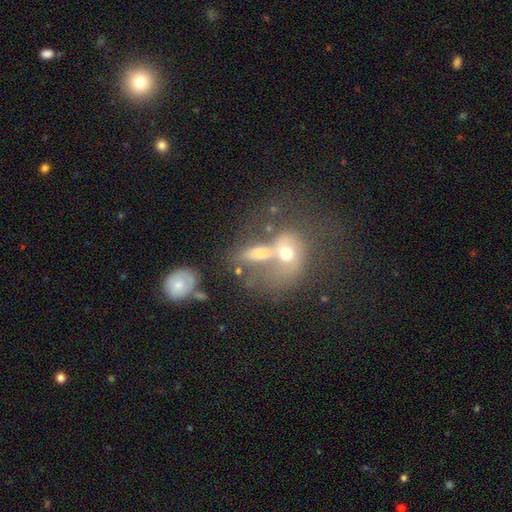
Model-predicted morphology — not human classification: smooth-or-featured: smooth: 51% | featured or disk: 36% | star or artifact: 14%
  how-rounded: in between: 62% | round: 32% | cigar-shaped: 6%
  merging: merger: 64% | none: 16% | major disturbance: 13% | minor disturbance: 7%